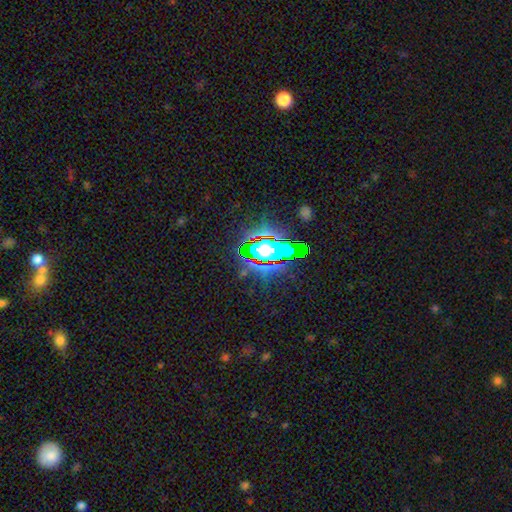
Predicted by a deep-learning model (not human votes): This is likely a star or artifact rather than a galaxy (63%).